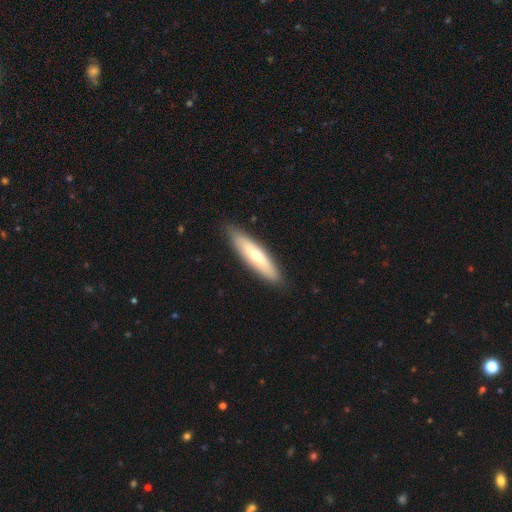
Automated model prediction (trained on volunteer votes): Morphology: type=smooth (59%); roundness=cigar-shaped (75%); merging=none (88%).